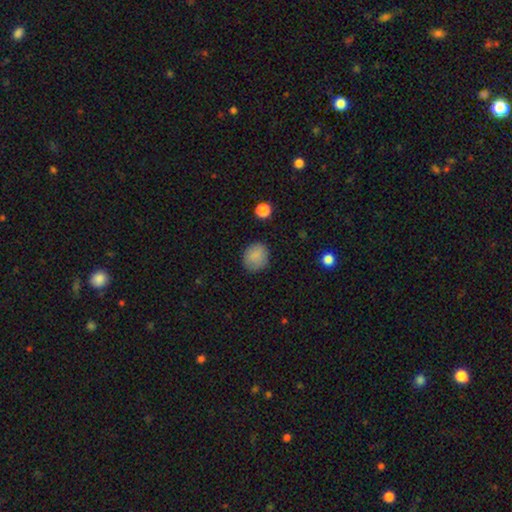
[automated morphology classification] type=smooth (86%); roundness=round (76%); merging=none (83%).